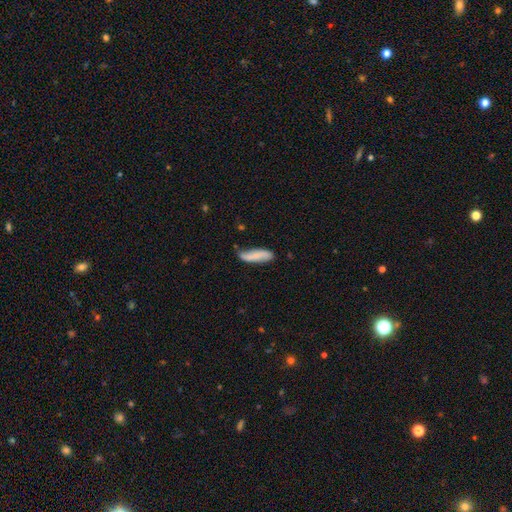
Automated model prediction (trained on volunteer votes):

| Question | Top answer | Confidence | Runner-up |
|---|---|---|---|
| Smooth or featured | smooth | 70% | featured or disk (23%) |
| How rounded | cigar-shaped | 62% | in between (37%) |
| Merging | none | 62% | minor disturbance (28%) |